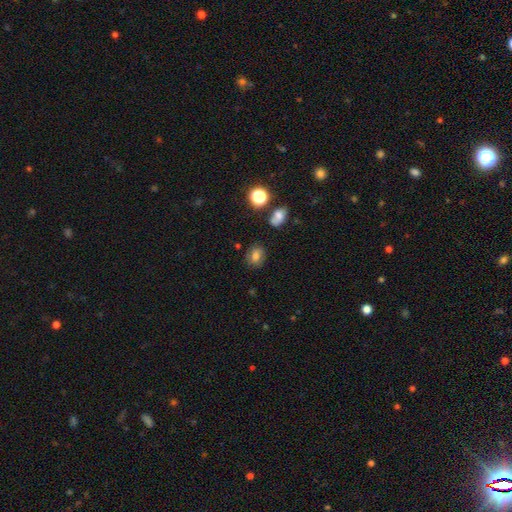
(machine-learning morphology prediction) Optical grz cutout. It shows a smooth galaxy with no disk features (70%) that is round (50%). Merging: none (79%).